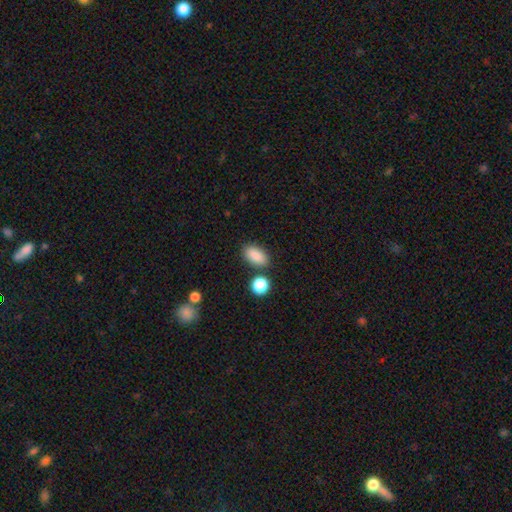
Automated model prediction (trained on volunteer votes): Smooth or featured: smooth — 88% (star or artifact — 8%)
How rounded: in between — 88% (round — 8%)
Merging: none — 79% (minor disturbance — 11%)